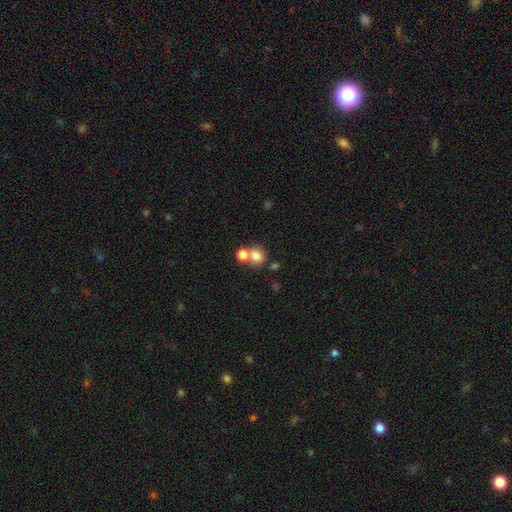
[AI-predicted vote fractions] A smooth galaxy with no disk features (77%) that is round (72%).

Vote fractions:
- Smooth or featured? smooth: 77% / featured or disk: 12% / star or artifact: 11%
- How rounded? round: 72% / in between: 27% / cigar-shaped: 1%
- Merging? merger: 49% / none: 40% / minor disturbance: 7% / major disturbance: 3%